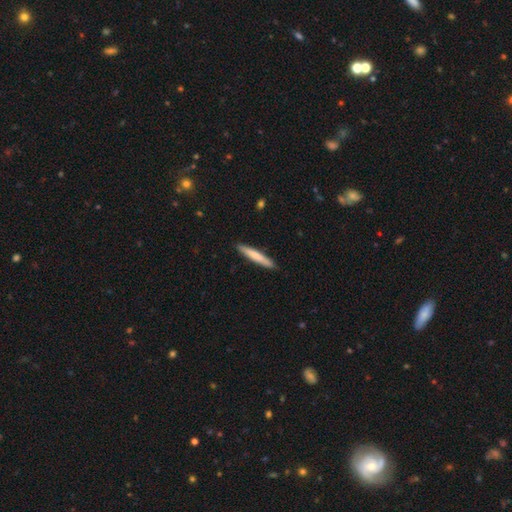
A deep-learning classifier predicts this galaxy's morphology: type=smooth (72%); roundness=cigar-shaped (94%); merging=none (90%).